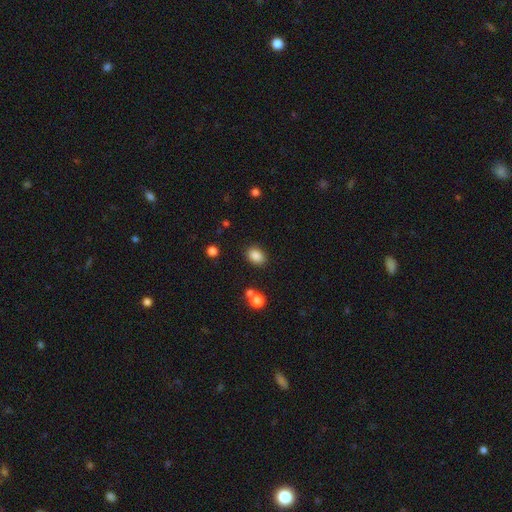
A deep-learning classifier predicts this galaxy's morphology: Smooth or featured? Predicted: smooth (p=0.86). How rounded? Predicted: in between (p=0.75). Merging? Predicted: none (p=0.84).